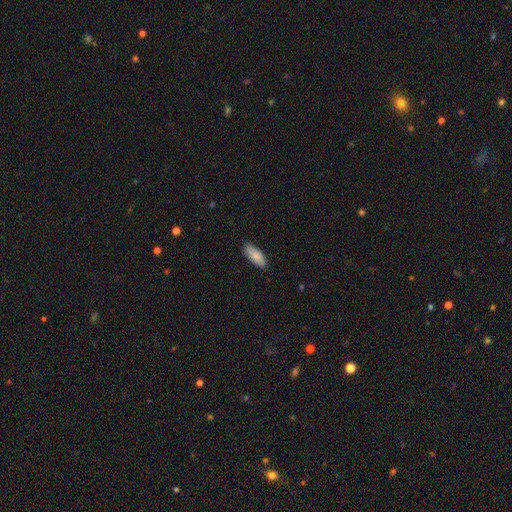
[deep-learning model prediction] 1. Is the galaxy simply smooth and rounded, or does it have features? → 88% smooth, 6% featured or disk, 6% star or artifact.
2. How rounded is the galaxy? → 73% in between, 26% cigar-shaped, 2% round.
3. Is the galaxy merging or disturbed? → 85% none, 12% minor disturbance, 2% major disturbance, 1% merger.